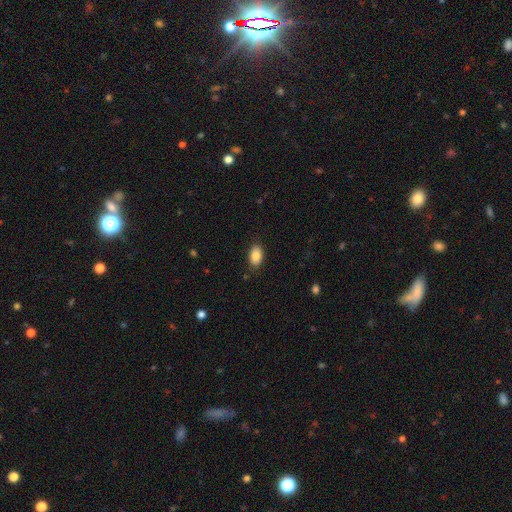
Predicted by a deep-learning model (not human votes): Smooth or featured?
  - smooth: 86% *
  - star or artifact: 7%
  - featured or disk: 6%
How rounded?
  - in between: 91% *
  - round: 7%
  - cigar-shaped: 1%
Merging?
  - none: 85% *
  - minor disturbance: 12%
  - major disturbance: 3%
  - merger: 1%